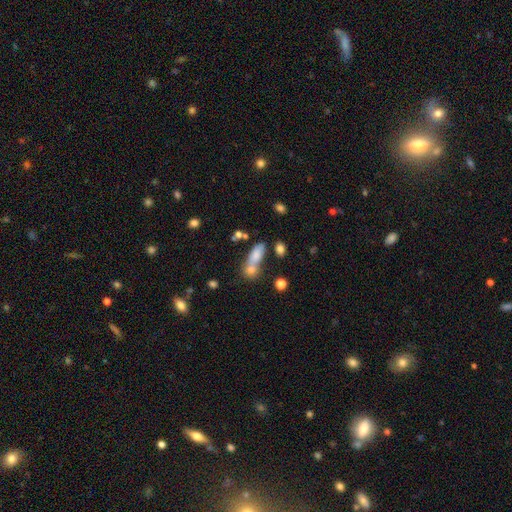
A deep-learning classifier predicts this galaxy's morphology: Smooth or featured?
  - smooth: 75% *
  - featured or disk: 14%
  - star or artifact: 11%
How rounded?
  - in between: 65% *
  - cigar-shaped: 24%
  - round: 10%
Merging?
  - merger: 47% *
  - none: 35%
  - minor disturbance: 12%
  - major disturbance: 6%